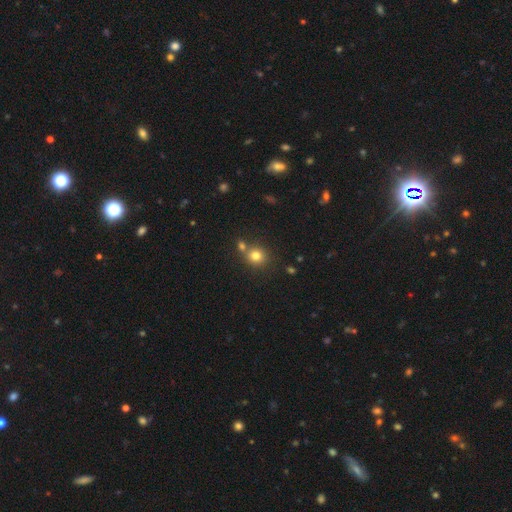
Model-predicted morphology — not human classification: This appears to be a smooth galaxy with no disk features (79%) that is round (84%). Merging: none (63%).